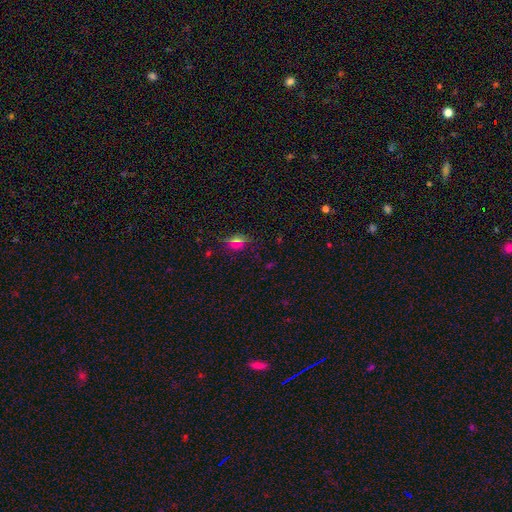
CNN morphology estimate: Smooth or featured? Predicted: smooth (p=0.46). Merging? Predicted: none (p=0.75).